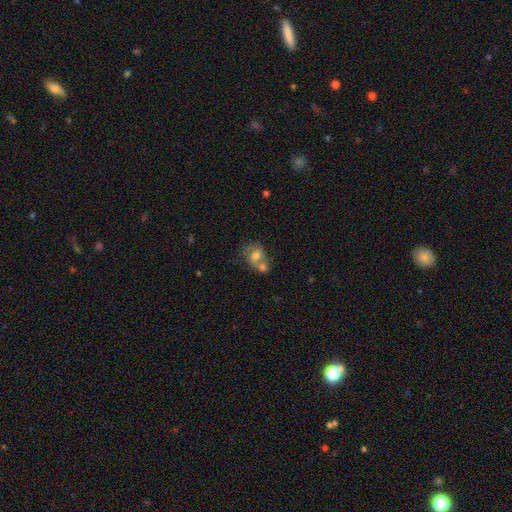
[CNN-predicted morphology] Smooth or featured? Predicted: smooth (p=0.64). How rounded? Predicted: round (p=0.51). Merging? Predicted: merger (p=0.59).